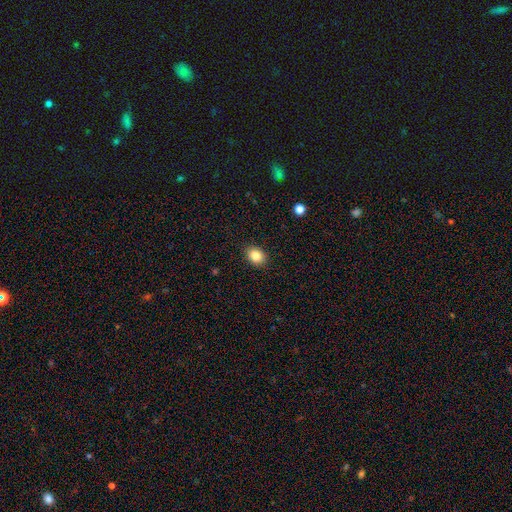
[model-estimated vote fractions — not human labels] smooth_or_featured: smooth (p=0.85) [alt: star or artifact p=0.10]
how_rounded: in between (p=0.54) [alt: round p=0.45]
merging: none (p=0.89) [alt: minor disturbance p=0.08]